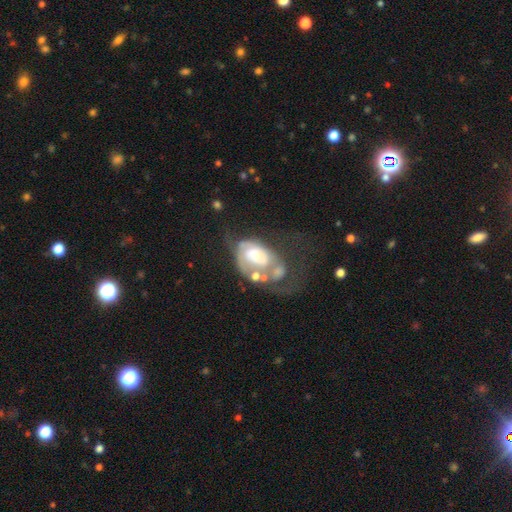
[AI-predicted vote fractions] Morphology: type=featured or disk (62%); edge-on=no (96%); bar=no (74%); spiral arms=no (51%); bulge=large (34%); merging=major disturbance (47%).